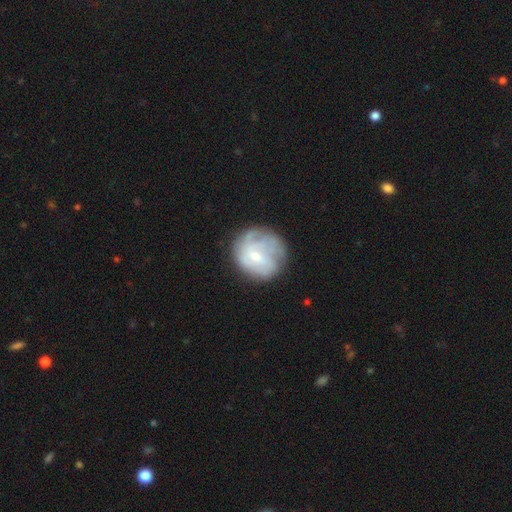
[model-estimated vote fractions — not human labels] The model was most divided on "smooth or featured": featured or disk: 50%, smooth: 42%, star or artifact: 8%. More confident: merging — none (60%).